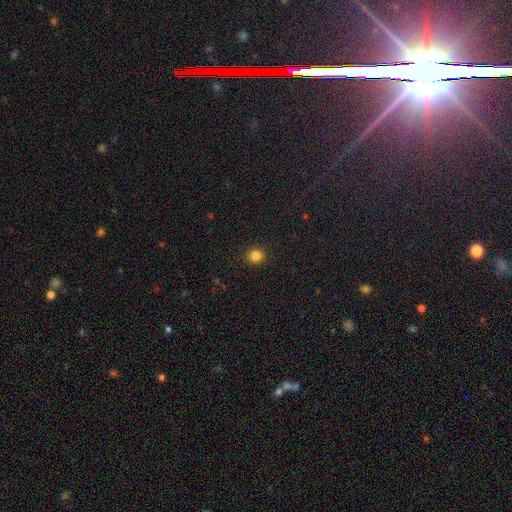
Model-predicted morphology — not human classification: Overall: smooth (84%). How rounded: round (88%). Merging: none (91%).